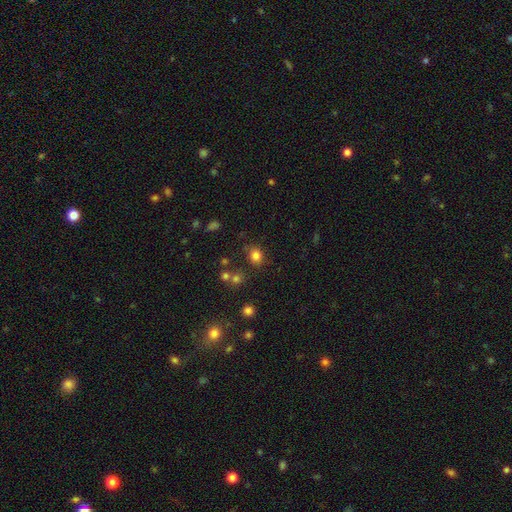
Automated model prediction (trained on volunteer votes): smooth-or-featured: smooth: 80% | star or artifact: 14% | featured or disk: 6%
  how-rounded: round: 62% | in between: 37% | cigar-shaped: 1%
  merging: none: 77% | minor disturbance: 13% | merger: 5% | major disturbance: 4%